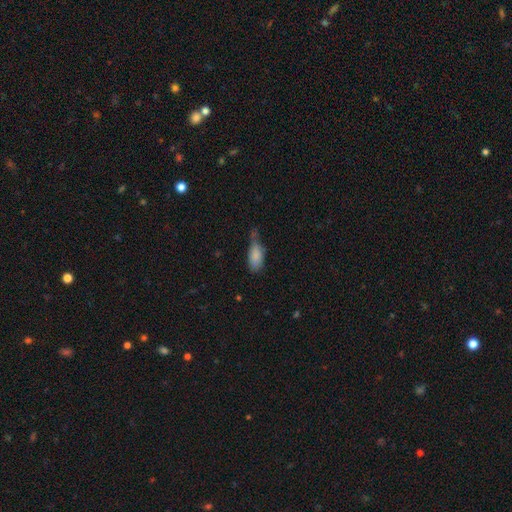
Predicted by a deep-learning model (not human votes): A smooth galaxy with no disk features (81%) that is in between round and cigar-shaped (86%).

Vote fractions:
- Smooth or featured? smooth: 81% / featured or disk: 11% / star or artifact: 8%
- How rounded? in between: 86% / cigar-shaped: 11% / round: 3%
- Merging? minor disturbance: 46% / none: 28% / major disturbance: 20% / merger: 7%